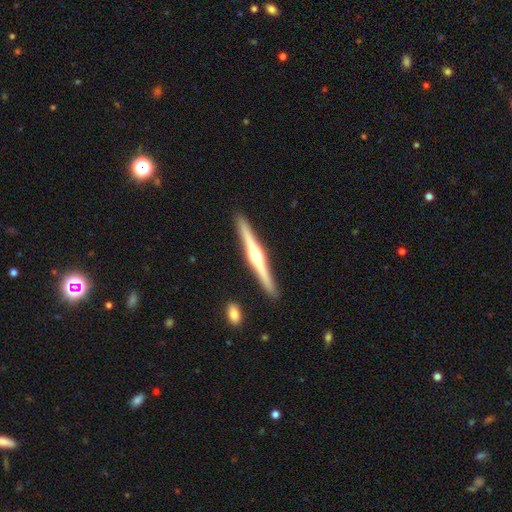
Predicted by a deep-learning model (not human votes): This is likely a featured or disk galaxy (79%). It is clearly viewed edge-on (98%). Edge-on bulge: clearly rounded (90%). Merging: clearly none (91%).